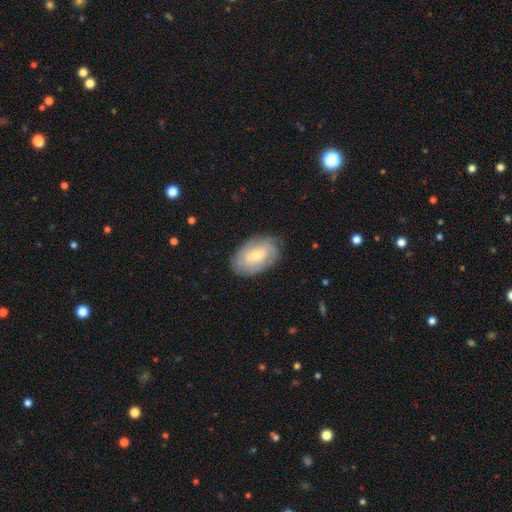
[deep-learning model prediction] Q: Smooth or featured?
A: featured or disk (57%); runner-up: smooth (37%)
Q: Edge-on disk?
A: no (94%); runner-up: yes (6%)
Q: Bar?
A: no (62%); runner-up: weak (32%)
Q: Spiral arms?
A: yes (78%); runner-up: no (22%)
Q: Bulge size?
A: small (61%); runner-up: moderate (34%)
Q: Merging?
A: none (77%); runner-up: minor disturbance (17%)